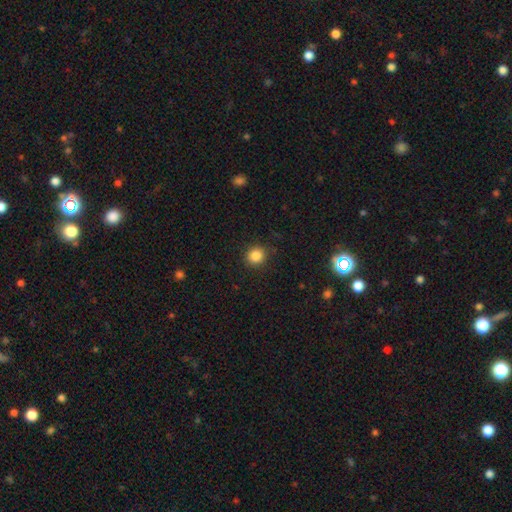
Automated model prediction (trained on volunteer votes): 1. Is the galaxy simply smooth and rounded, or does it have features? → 86% smooth, 11% star or artifact, 4% featured or disk.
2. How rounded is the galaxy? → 92% round, 8% in between, 1% cigar-shaped.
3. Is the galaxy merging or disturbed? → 90% none, 7% minor disturbance, 2% major disturbance, 1% merger.